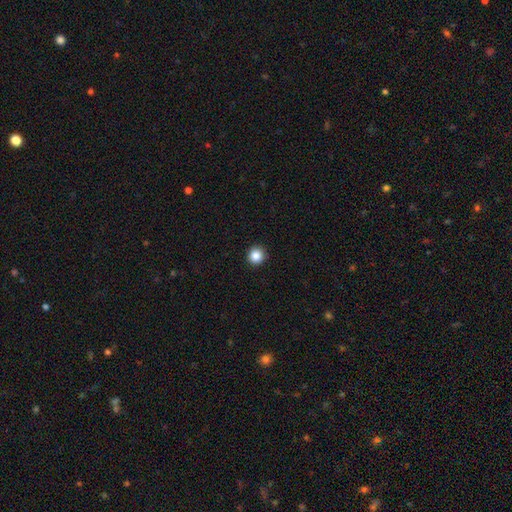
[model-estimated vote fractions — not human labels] Smooth or featured?
  - smooth: 87% *
  - star or artifact: 10%
  - featured or disk: 3%
How rounded?
  - round: 94% *
  - in between: 5%
  - cigar-shaped: 1%
Merging?
  - none: 93% *
  - minor disturbance: 5%
  - major disturbance: 1%
  - merger: 1%